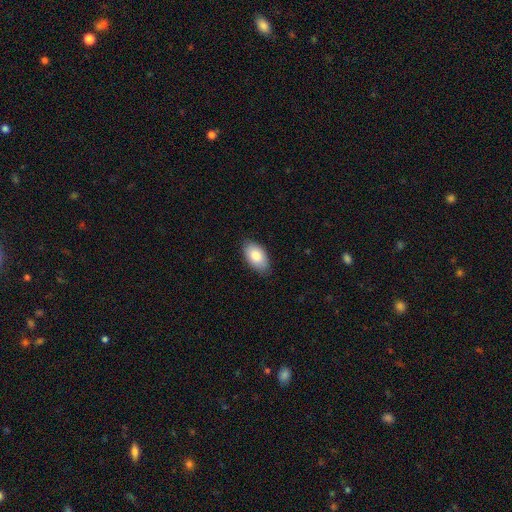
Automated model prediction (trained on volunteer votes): A smooth galaxy with no disk features (83%) that is in between round and cigar-shaped (94%). Merging: none (84%).